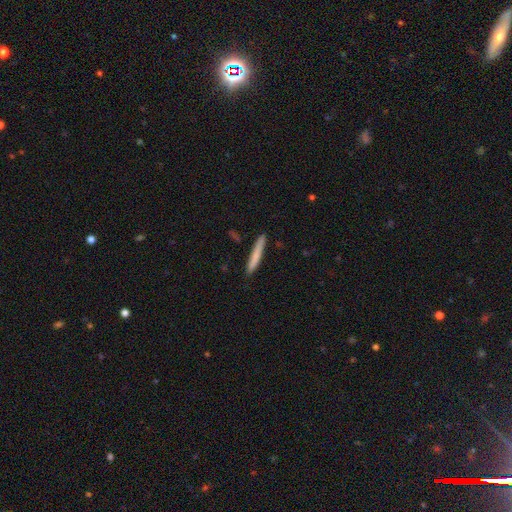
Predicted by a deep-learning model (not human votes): Overall: smooth (71%). How rounded: cigar-shaped (96%). Merging: none (88%).